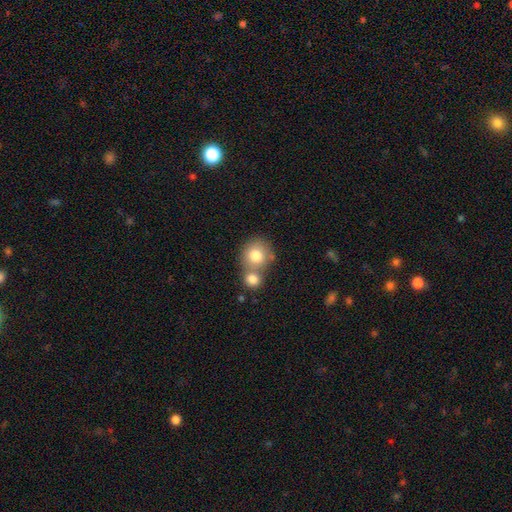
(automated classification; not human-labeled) The model was most divided on "merging": merger: 45%, none: 43%, minor disturbance: 9%, major disturbance: 3%. More confident: how rounded — round (83%); smooth or featured — smooth (78%).